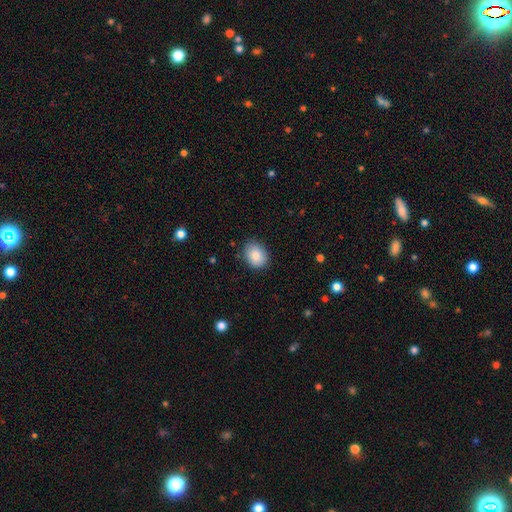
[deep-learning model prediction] smooth_or_featured: smooth (p=0.86) [alt: star or artifact p=0.08]
how_rounded: in between (p=0.50) [alt: round p=0.49]
merging: none (p=0.83) [alt: minor disturbance p=0.13]